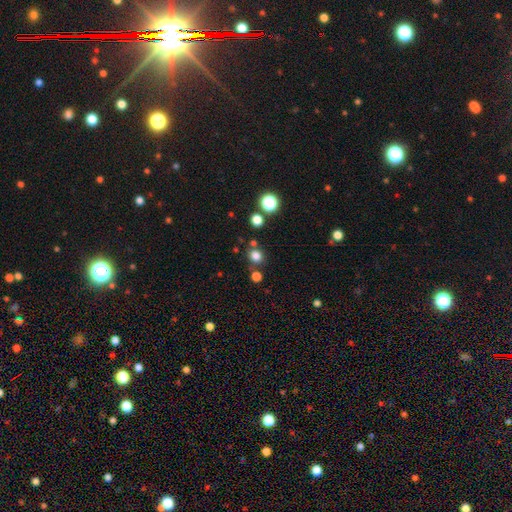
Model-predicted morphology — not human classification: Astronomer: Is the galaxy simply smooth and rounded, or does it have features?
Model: smooth — 78%.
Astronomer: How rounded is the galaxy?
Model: round — 86%.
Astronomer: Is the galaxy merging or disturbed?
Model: none — 77%.